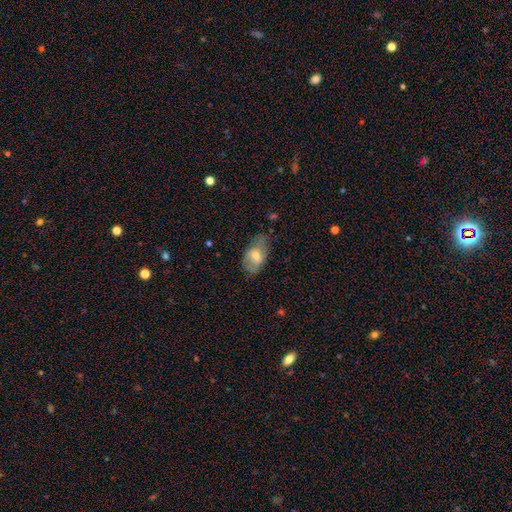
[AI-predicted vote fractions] smooth-or-featured: smooth: 61% | featured or disk: 32% | star or artifact: 7%
  how-rounded: in between: 89% | round: 9% | cigar-shaped: 2%
  merging: none: 55% | minor disturbance: 32% | major disturbance: 11% | merger: 2%